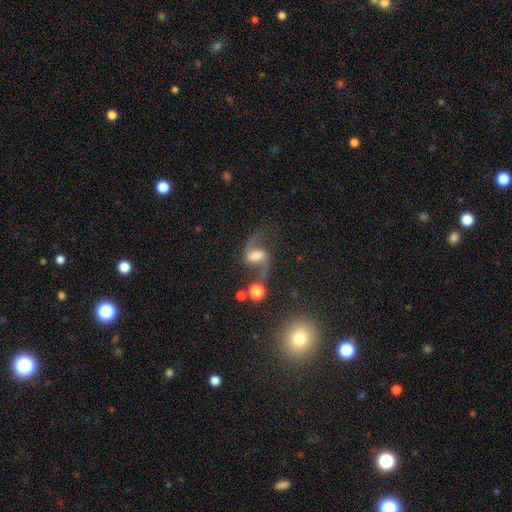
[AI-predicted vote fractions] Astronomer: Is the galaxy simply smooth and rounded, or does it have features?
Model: featured or disk — 84%.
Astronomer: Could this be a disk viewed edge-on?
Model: no — 97%.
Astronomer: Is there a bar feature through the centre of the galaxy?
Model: weak — 49% (runner-up: strong, 27%).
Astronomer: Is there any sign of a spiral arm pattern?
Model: yes — 96%.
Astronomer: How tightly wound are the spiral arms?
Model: loose — 73%.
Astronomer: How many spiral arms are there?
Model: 2 — 93%.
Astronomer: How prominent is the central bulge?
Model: moderate — 37% (runner-up: large, 25%).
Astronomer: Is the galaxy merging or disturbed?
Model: none — 68%.